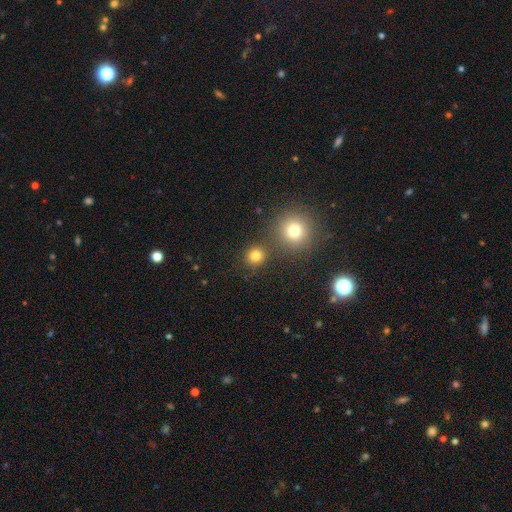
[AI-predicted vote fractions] This is likely a smooth galaxy (79%). How rounded: clearly round (90%). Merging: likely none (79%).